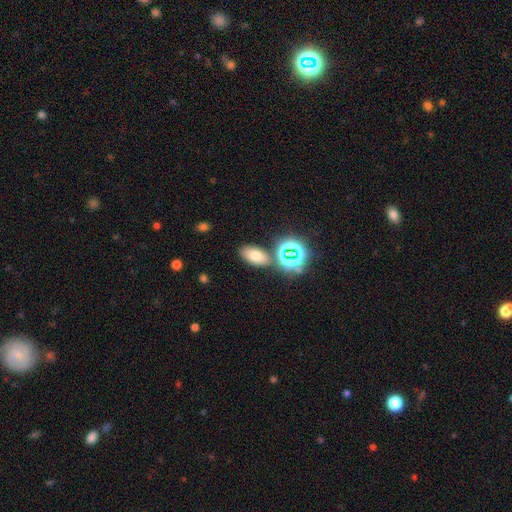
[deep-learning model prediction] The model was most divided on "smooth or featured": smooth: 67%, star or artifact: 22%, featured or disk: 11%. More confident: how rounded — in between (86%); merging — none (78%).